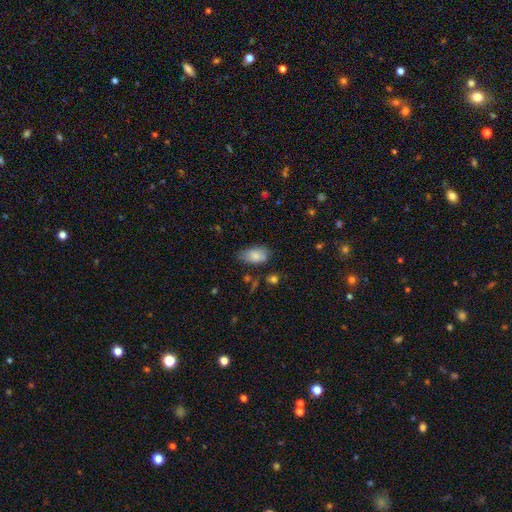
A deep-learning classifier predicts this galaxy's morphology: smooth_or_featured: smooth (p=0.83) [alt: featured or disk p=0.10]
how_rounded: in between (p=0.93) [alt: round p=0.04]
merging: none (p=0.61) [alt: minor disturbance p=0.30]